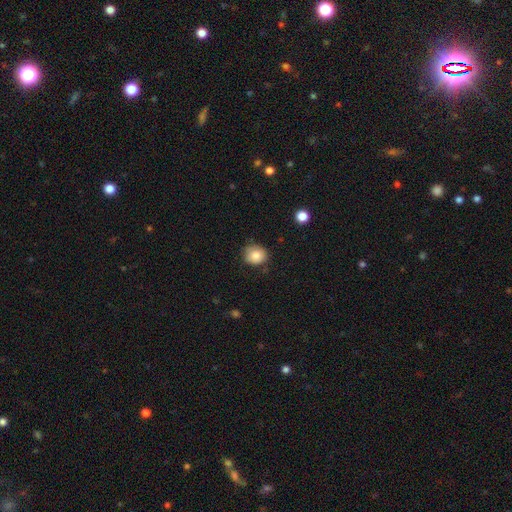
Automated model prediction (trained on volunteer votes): Smooth or featured: smooth — 84% (star or artifact — 9%)
How rounded: round — 81% (in between — 18%)
Merging: none — 75% (minor disturbance — 19%)